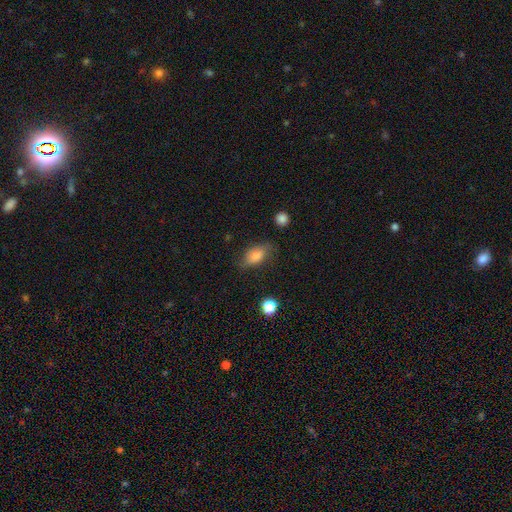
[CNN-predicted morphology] Overall: smooth (77%). How rounded: in between (85%). Merging: none (70%).